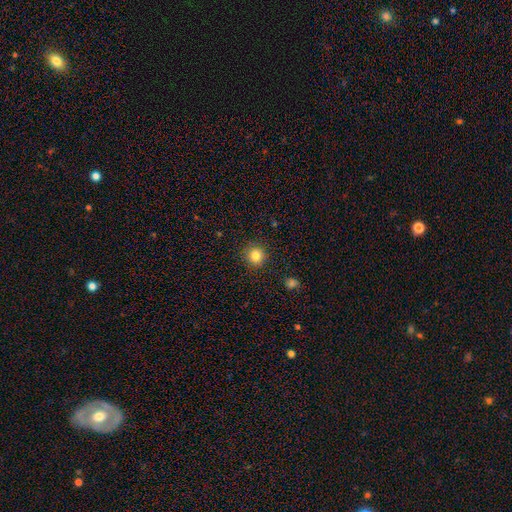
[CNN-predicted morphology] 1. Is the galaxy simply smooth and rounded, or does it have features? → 84% smooth, 11% star or artifact, 5% featured or disk.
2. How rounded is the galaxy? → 91% round, 8% in between, 1% cigar-shaped.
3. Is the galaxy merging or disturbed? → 90% none, 6% minor disturbance, 2% major disturbance, 1% merger.